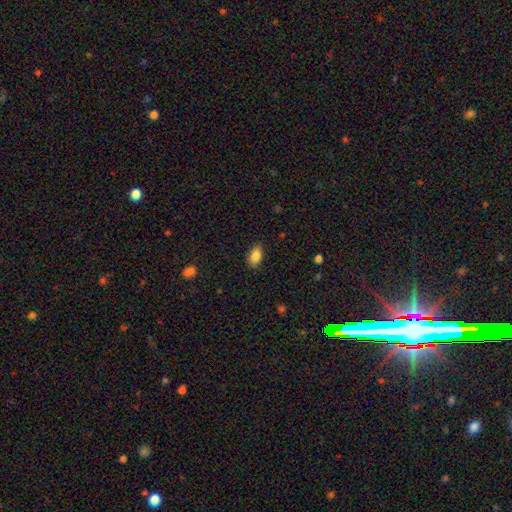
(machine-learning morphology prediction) type=smooth (86%); roundness=in between (89%); merging=none (84%).